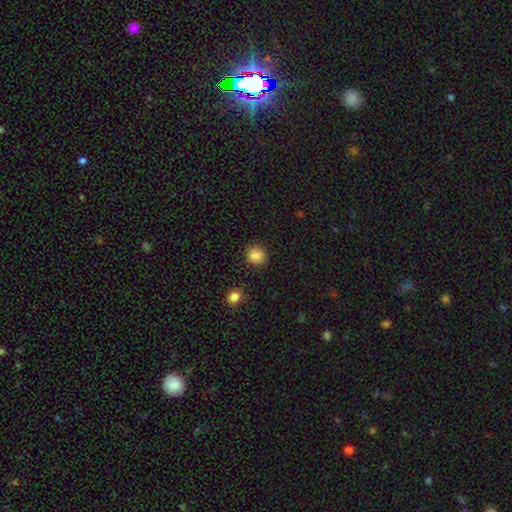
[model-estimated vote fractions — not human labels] Smooth or featured? Predicted: smooth (p=0.87). How rounded? Predicted: round (p=0.84). Merging? Predicted: none (p=0.89).